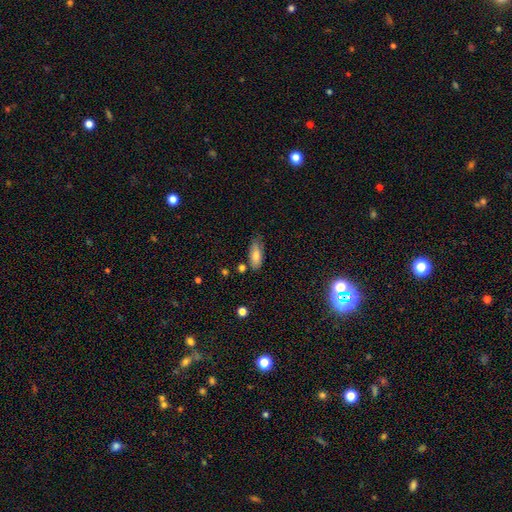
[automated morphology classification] This appears to be a smooth galaxy with no disk features (78%) that is in between round and cigar-shaped (81%). Merging: none (65%).